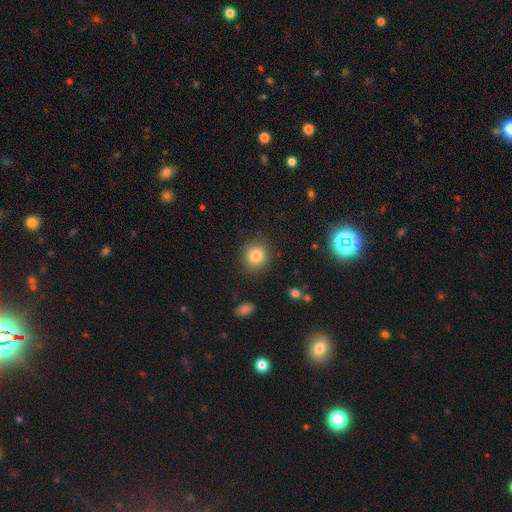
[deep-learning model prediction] Smooth or featured? Predicted: smooth (p=0.83). How rounded? Predicted: round (p=0.86). Merging? Predicted: none (p=0.88).